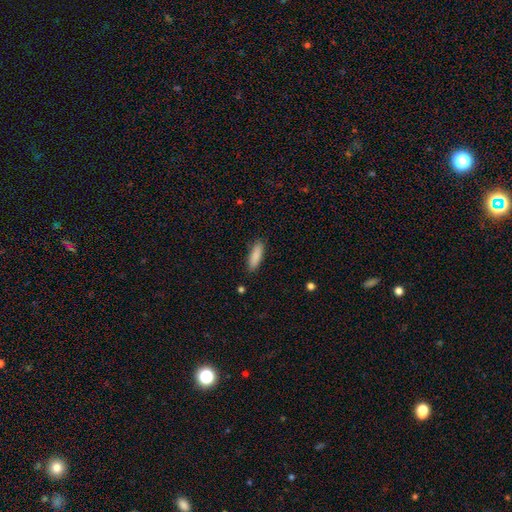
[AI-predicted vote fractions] The model was most divided on "how rounded": in between: 53%, cigar-shaped: 45%, round: 2%. More confident: smooth or featured — smooth (88%); merging — none (86%).